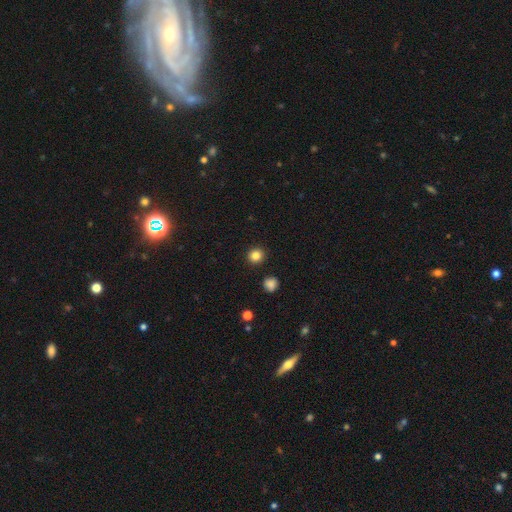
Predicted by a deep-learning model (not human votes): This is clearly a smooth galaxy (84%). How rounded: clearly round (90%). Merging: clearly none (92%).